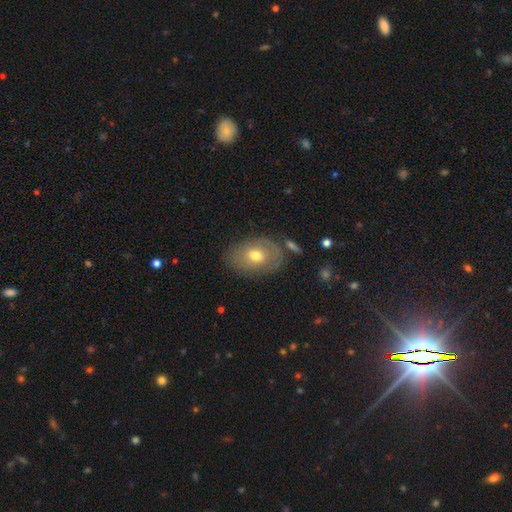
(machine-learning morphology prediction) Smooth or featured?
  - smooth: 58% *
  - featured or disk: 34%
  - star or artifact: 8%
How rounded?
  - in between: 76% *
  - round: 22%
  - cigar-shaped: 1%
Merging?
  - none: 75% *
  - minor disturbance: 16%
  - major disturbance: 5%
  - merger: 4%